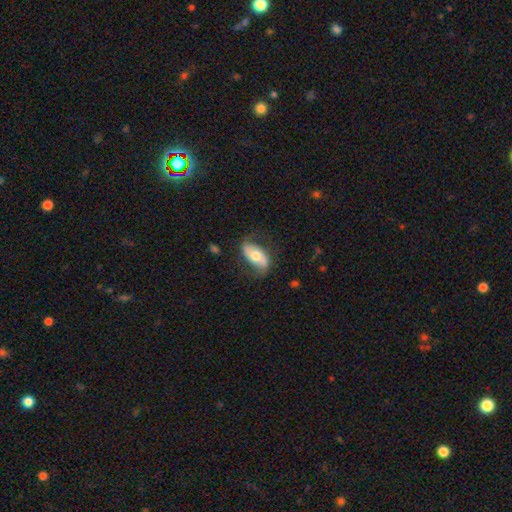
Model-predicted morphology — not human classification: Smooth or featured? Predicted: featured or disk (p=0.49). Merging? Predicted: none (p=0.69).